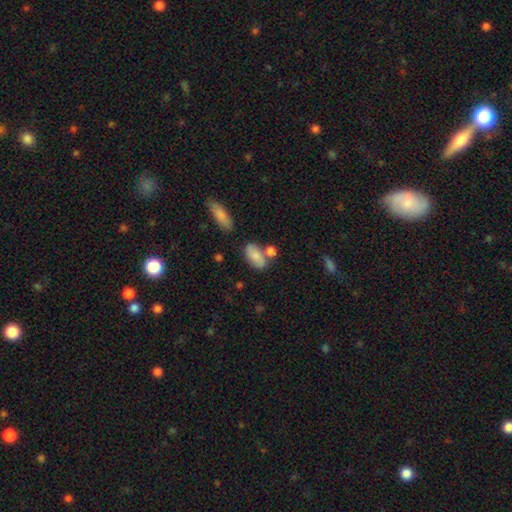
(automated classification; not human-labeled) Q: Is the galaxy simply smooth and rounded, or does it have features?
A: smooth — 75%.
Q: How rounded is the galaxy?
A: in between — 90%.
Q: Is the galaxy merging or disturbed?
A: none — 53%.